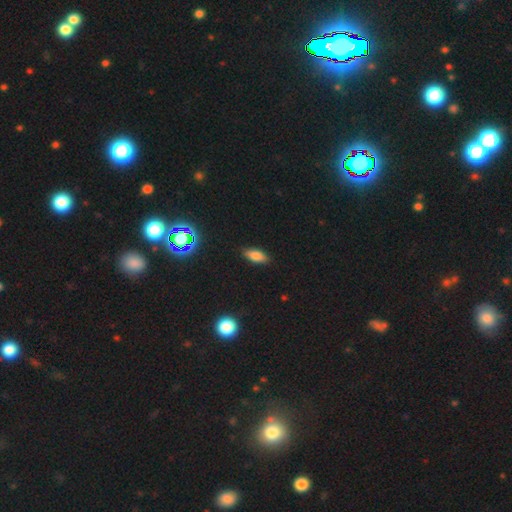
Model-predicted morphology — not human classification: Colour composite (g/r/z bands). It shows a smooth galaxy with no disk features (76%) that is in between round and cigar-shaped (81%). Merging: none (85%).